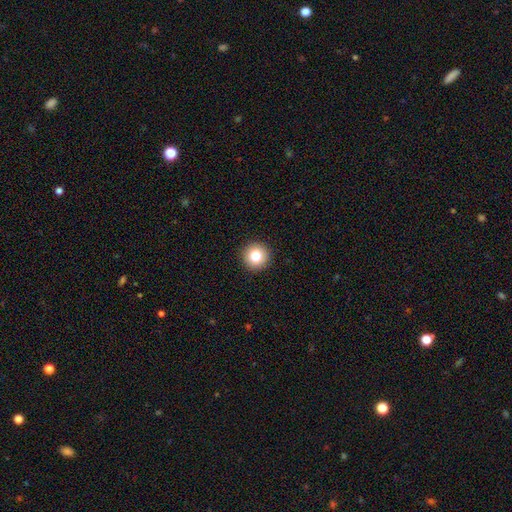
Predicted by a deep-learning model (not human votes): Morphology: type=smooth (82%); roundness=round (96%); merging=none (93%).